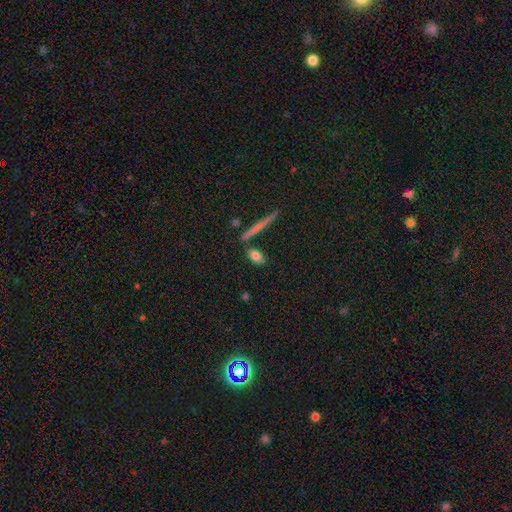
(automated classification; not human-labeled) This appears to be a smooth galaxy with no disk features (77%) that is in between round and cigar-shaped (74%). Merging: none (74%).